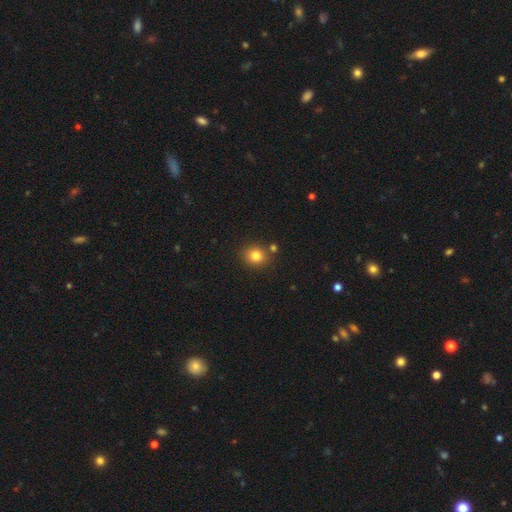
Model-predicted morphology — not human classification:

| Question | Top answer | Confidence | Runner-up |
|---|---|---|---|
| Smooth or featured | smooth | 81% | star or artifact (12%) |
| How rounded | round | 78% | in between (21%) |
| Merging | none | 79% | minor disturbance (9%) |